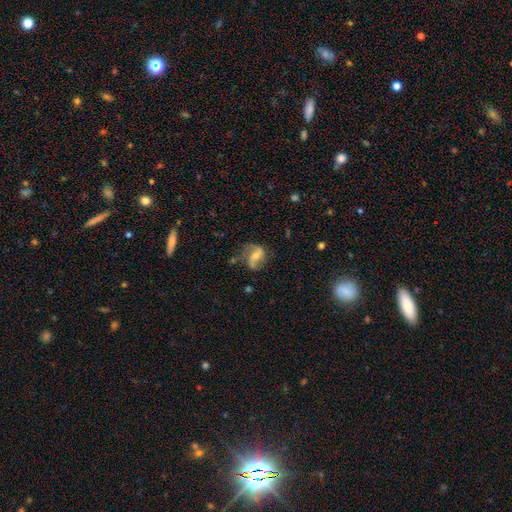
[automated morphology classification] type=featured or disk (72%); edge-on=no (97%); bar=weak (43%); spiral arms=yes (90%); winding=loose (56%); arm count=2 (83%); bulge=small (44%); merging=none (50%).